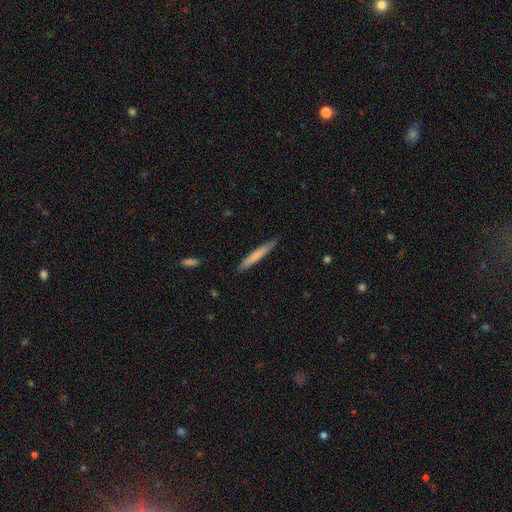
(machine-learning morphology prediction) Overall: smooth (72%). How rounded: cigar-shaped (95%). Merging: none (86%).